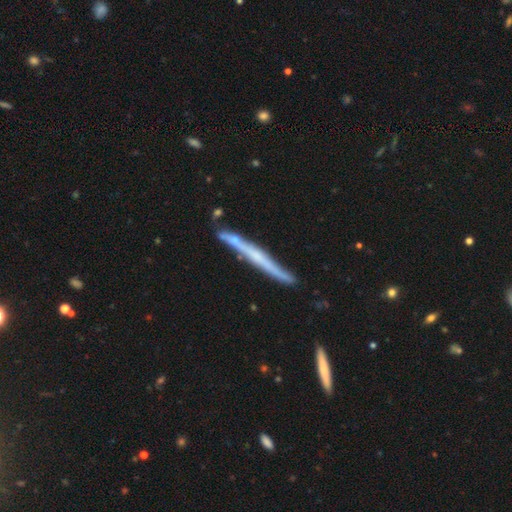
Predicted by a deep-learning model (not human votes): This appears to be a featured or disk galaxy (62%) viewed edge-on (96%) with no central bulge (68%). Merging: none (80%).